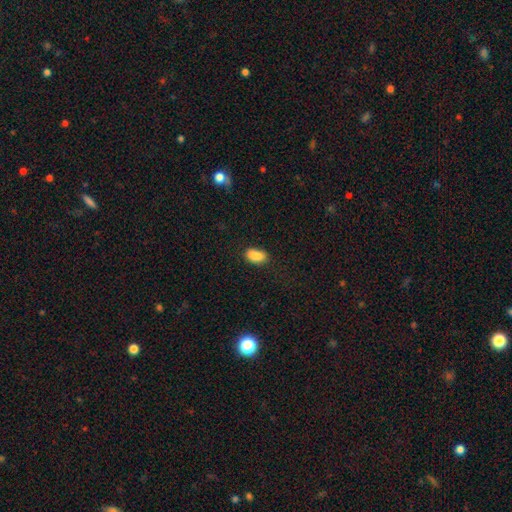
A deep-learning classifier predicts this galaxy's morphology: smooth 87%, star or artifact 8%, featured or disk 4%. Down the decision tree: how rounded — in between (90%); merging — none (76%).